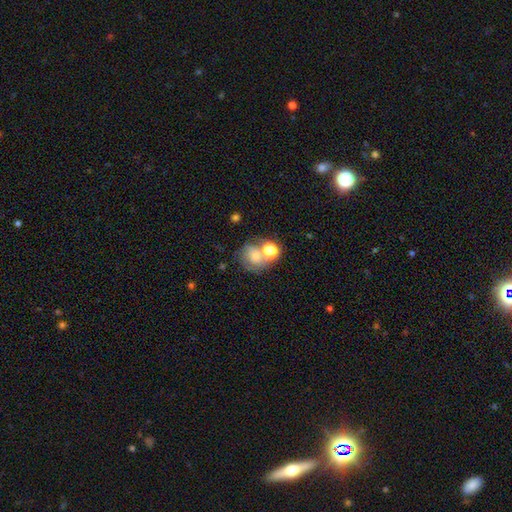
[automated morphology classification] Smooth or featured? Predicted: smooth (p=0.50). Merging? Predicted: merger (p=0.39).